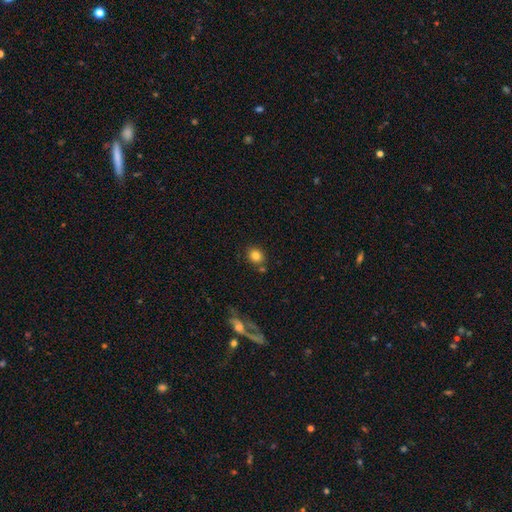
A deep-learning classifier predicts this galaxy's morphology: A smooth galaxy with no disk features (82%) that is round (78%).

Vote fractions:
- Smooth or featured? smooth: 82% / star or artifact: 11% / featured or disk: 7%
- How rounded? round: 78% / in between: 21% / cigar-shaped: 1%
- Merging? none: 78% / minor disturbance: 10% / merger: 9% / major disturbance: 3%